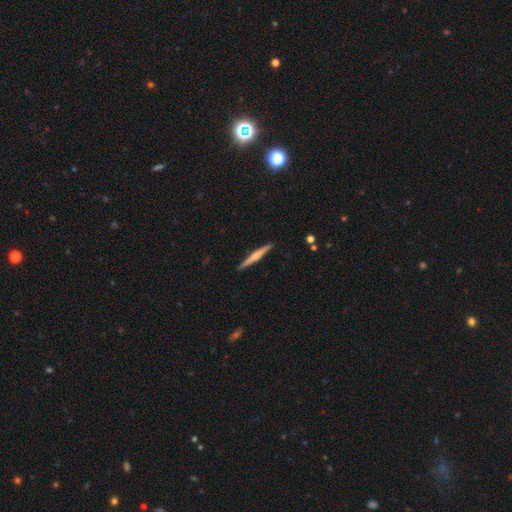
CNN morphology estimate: smooth-or-featured: featured or disk: 63% | smooth: 31% | star or artifact: 5%
  disk-edge-on: yes: 98% | no: 2%
    edge-on-bulge: rounded: 71% | none: 15% | boxy: 14%
  merging: none: 91% | minor disturbance: 6% | major disturbance: 1% | merger: 1%